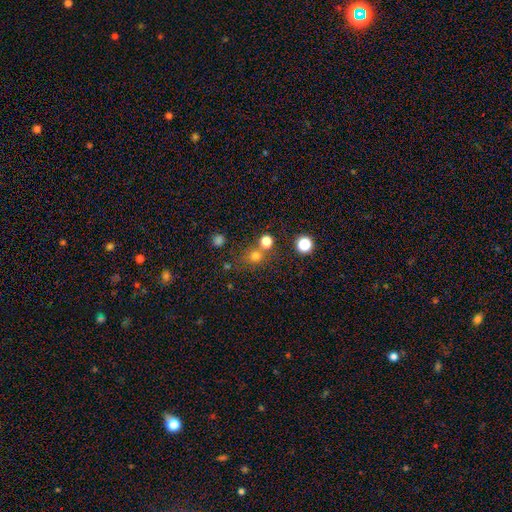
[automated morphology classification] Q: Smooth or featured?
A: smooth (70%); runner-up: star or artifact (22%)
Q: How rounded?
A: round (83%); runner-up: in between (16%)
Q: Merging?
A: none (60%); runner-up: merger (27%)